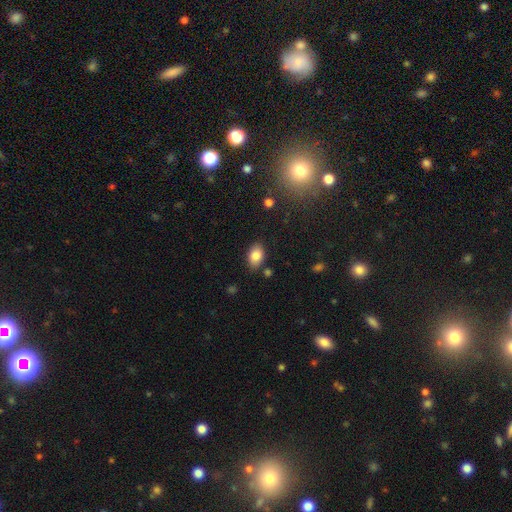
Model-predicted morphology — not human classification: A smooth galaxy with no disk features (85%) that is in between round and cigar-shaped (88%).

Vote fractions:
- Smooth or featured? smooth: 85% / star or artifact: 8% / featured or disk: 7%
- How rounded? in between: 88% / round: 11% / cigar-shaped: 1%
- Merging? none: 82% / minor disturbance: 12% / merger: 3% / major disturbance: 3%